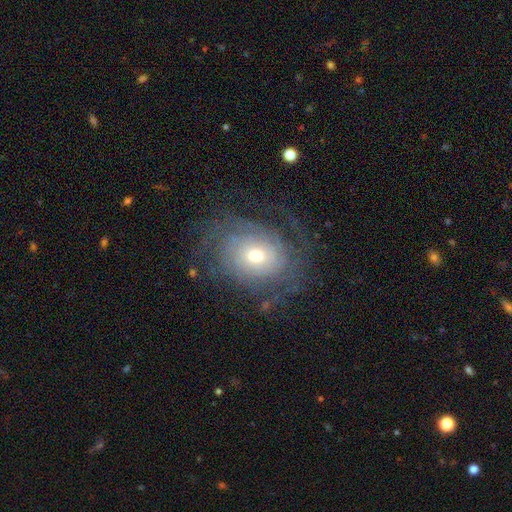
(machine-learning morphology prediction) Smooth or featured? Predicted: featured or disk (p=0.69). Edge-on disk? Predicted: no (p=0.96). Bar? Predicted: no (p=0.74). Spiral arms? Predicted: yes (p=0.86). Spiral winding? Predicted: tight (p=0.62). Spiral arm count? Predicted: can't tell (p=0.47). Bulge size? Predicted: moderate (p=0.62). Merging? Predicted: none (p=0.70).